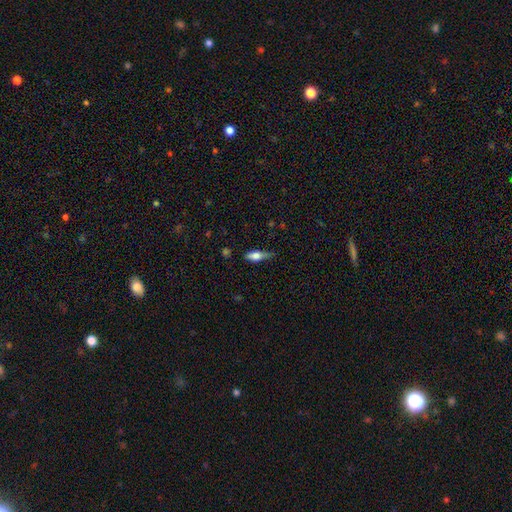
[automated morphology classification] smooth 61%, featured or disk 32%, star or artifact 7%. Down the decision tree: how rounded — in between (59%); merging — none (56%).